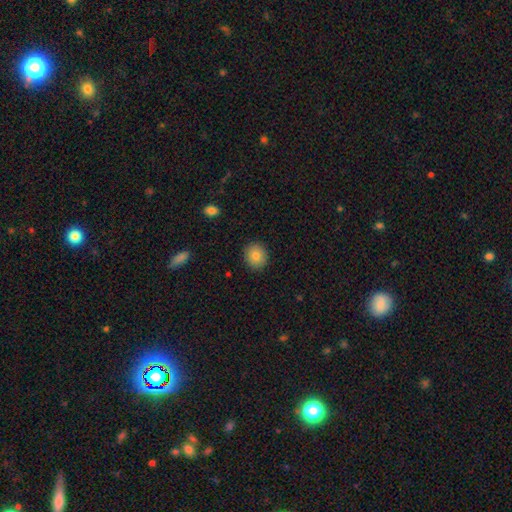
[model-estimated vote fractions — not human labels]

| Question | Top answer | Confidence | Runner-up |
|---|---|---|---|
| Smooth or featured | smooth | 83% | star or artifact (9%) |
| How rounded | round | 75% | in between (24%) |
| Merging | none | 90% | minor disturbance (7%) |